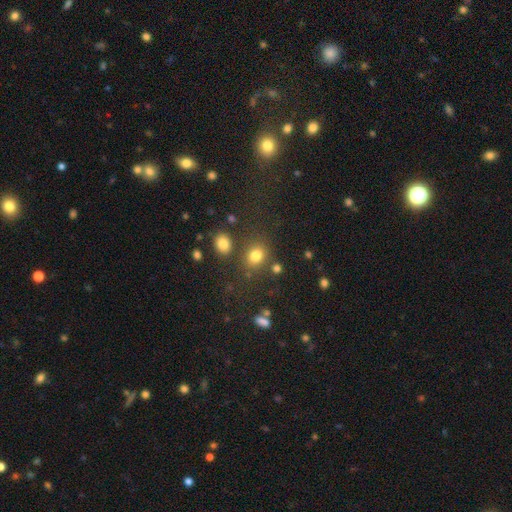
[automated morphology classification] A smooth galaxy with no disk features (78%) that is round (59%).

Vote fractions:
- Smooth or featured? smooth: 78% / star or artifact: 15% / featured or disk: 7%
- How rounded? round: 59% / in between: 39% / cigar-shaped: 1%
- Merging? none: 74% / minor disturbance: 11% / merger: 10% / major disturbance: 5%